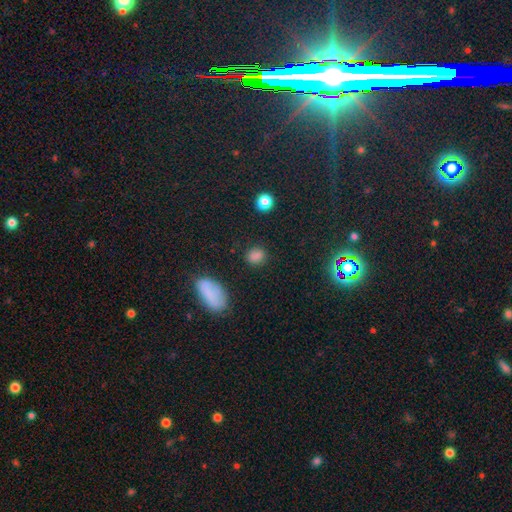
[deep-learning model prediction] smooth_or_featured: smooth (p=0.75) [alt: star or artifact p=0.20]
how_rounded: round (p=0.61) [alt: in between p=0.36]
merging: none (p=0.82) [alt: minor disturbance p=0.12]